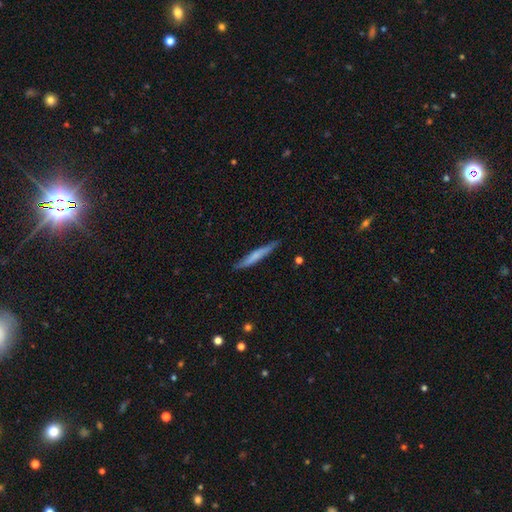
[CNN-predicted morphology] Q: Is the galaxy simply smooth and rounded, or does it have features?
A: smooth — 59%.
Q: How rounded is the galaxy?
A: cigar-shaped — 95%.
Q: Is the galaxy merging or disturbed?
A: none — 84%.